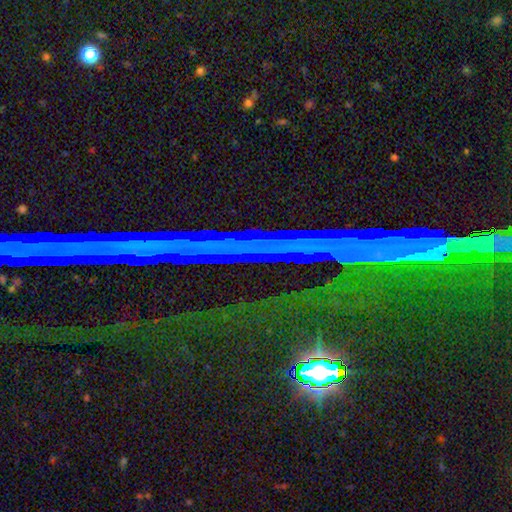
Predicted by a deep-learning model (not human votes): Morphology: type=star or artifact (86%).